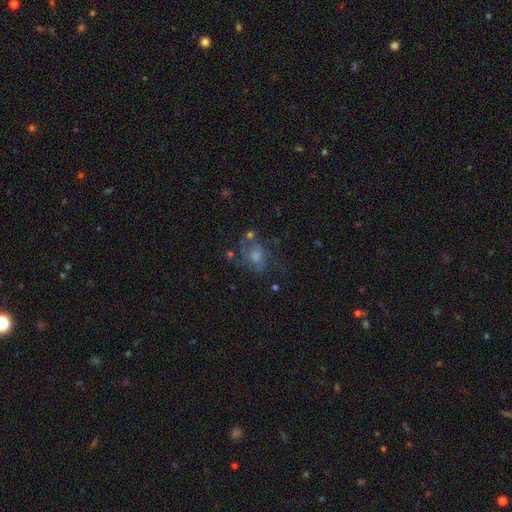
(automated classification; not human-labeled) Smooth or featured?
  - featured or disk: 52% *
  - smooth: 26%
  - star or artifact: 22%
Edge-on disk?
  - no: 96% *
  - yes: 4%
Bar?
  - no: 75% *
  - weak: 22%
  - strong: 4%
Spiral arms?
  - yes: 68% *
  - no: 32%
Bulge size?
  - moderate: 48% *
  - small: 26%
  - large: 13%
  - none: 10%
  - dominant: 2%
Merging?
  - none: 55% *
  - minor disturbance: 19%
  - major disturbance: 19%
  - merger: 7%